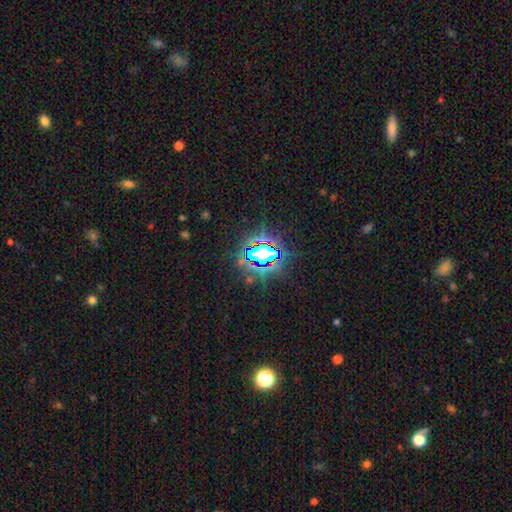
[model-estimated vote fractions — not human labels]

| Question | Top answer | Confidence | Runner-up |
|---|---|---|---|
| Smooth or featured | star or artifact | 80% | smooth (12%) |